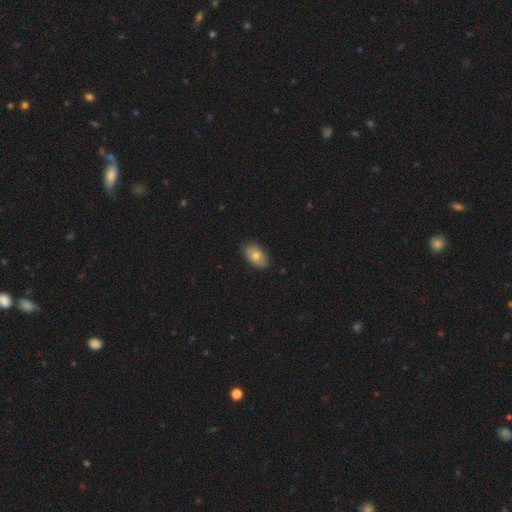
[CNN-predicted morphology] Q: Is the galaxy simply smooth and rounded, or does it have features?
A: smooth — 71%.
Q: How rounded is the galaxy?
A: in between — 89%.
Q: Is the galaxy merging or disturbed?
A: none — 84%.